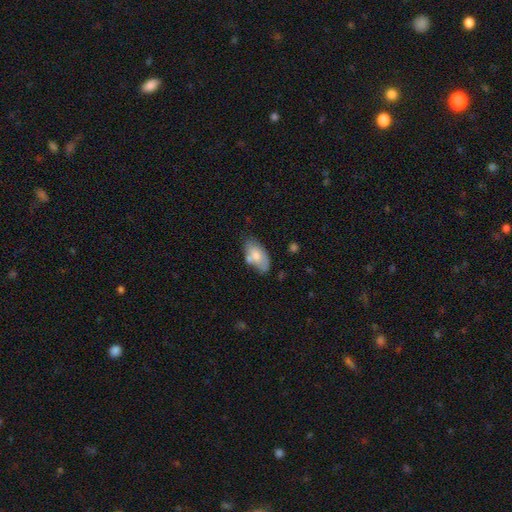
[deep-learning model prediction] smooth 70%, featured or disk 24%, star or artifact 6%. Down the decision tree: how rounded — in between (93%); merging — none (56%).